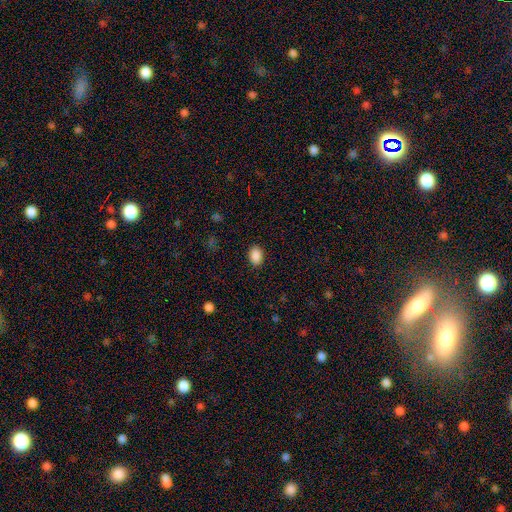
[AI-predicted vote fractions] Smooth or featured: smooth — 89% (star or artifact — 8%)
How rounded: in between — 82% (round — 17%)
Merging: none — 89% (minor disturbance — 8%)